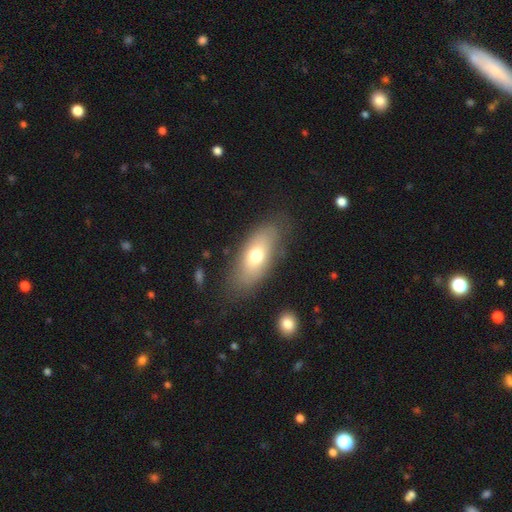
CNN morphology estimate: smooth_or_featured: smooth (p=0.68) [alt: featured or disk p=0.25]
how_rounded: in between (p=0.84) [alt: cigar-shaped p=0.12]
merging: none (p=0.76) [alt: minor disturbance p=0.15]